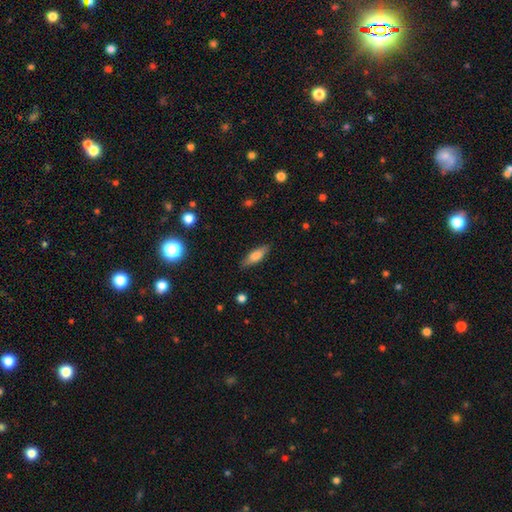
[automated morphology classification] smooth_or_featured: smooth (p=0.70) [alt: featured or disk p=0.23]
how_rounded: in between (p=0.50) [alt: cigar-shaped p=0.48]
merging: none (p=0.86) [alt: minor disturbance p=0.11]